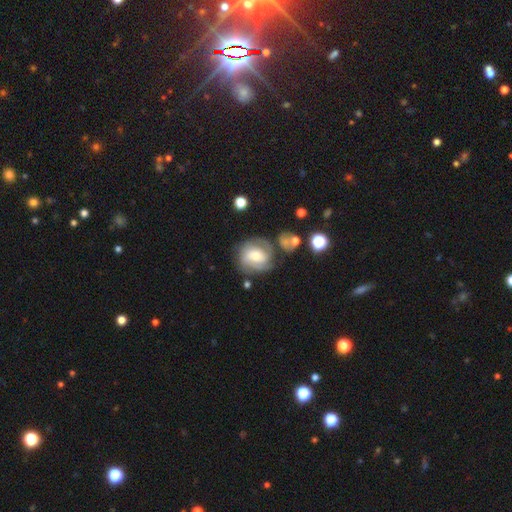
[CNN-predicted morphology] Overall: featured or disk (69%). Edge-on disk: no (97%). Bar: no (43%, tied with weak). Spiral arms: yes (90%). Spiral arm count: 2 (46%; can't tell 22%). Spiral winding: tight (47%; medium 40%). Bulge size: moderate (62%; small 28%). Merging: none (62%).